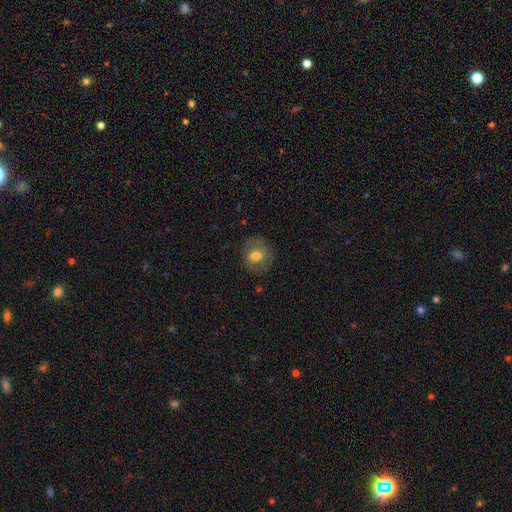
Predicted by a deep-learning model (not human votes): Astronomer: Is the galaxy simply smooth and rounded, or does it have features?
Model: smooth — 65%.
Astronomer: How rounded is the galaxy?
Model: round — 75%.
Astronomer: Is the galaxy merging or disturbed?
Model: none — 76%.